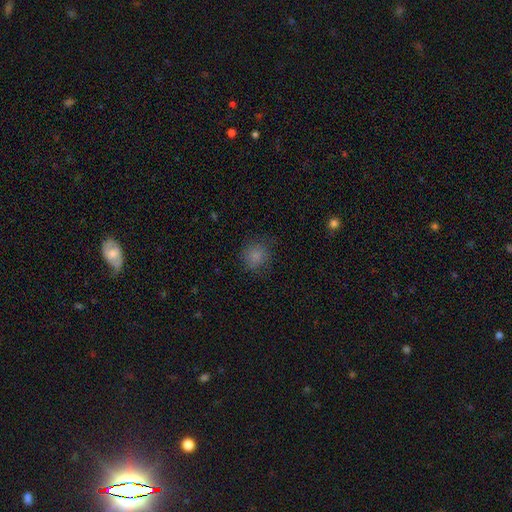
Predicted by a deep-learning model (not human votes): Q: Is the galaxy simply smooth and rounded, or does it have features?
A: smooth — 81%.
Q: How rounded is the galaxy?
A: round — 85%.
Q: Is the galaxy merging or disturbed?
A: none — 79%.